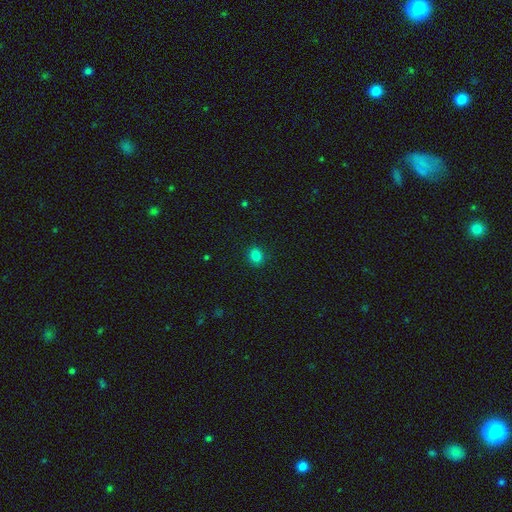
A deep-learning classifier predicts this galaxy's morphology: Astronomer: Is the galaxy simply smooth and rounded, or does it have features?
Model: smooth — 83%.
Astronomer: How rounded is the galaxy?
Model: round — 63%.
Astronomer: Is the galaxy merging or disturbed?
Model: none — 90%.